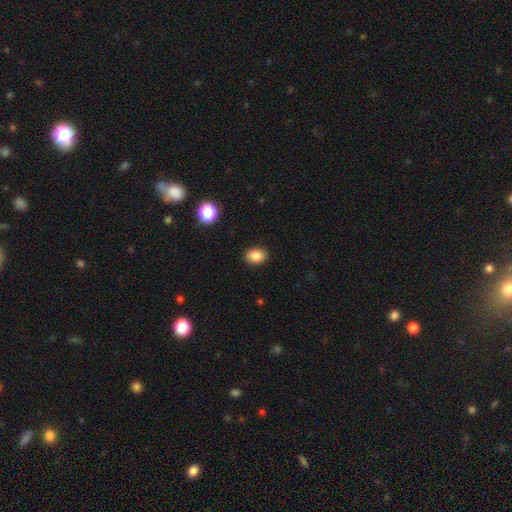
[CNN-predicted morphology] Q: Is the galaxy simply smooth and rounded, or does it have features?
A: smooth — 86%.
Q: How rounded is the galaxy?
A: in between — 60%.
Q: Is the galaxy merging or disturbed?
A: none — 90%.